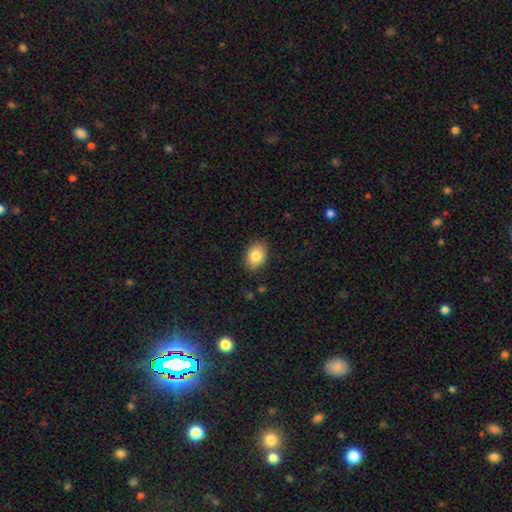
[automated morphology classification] Smooth or featured? smooth (82%)
How rounded? in between (74%)
Merging? none (86%)